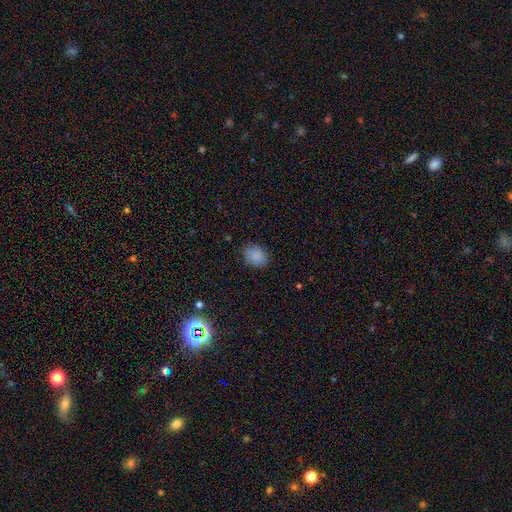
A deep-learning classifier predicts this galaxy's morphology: smooth_or_featured: smooth (p=0.86) [alt: star or artifact p=0.09]
how_rounded: in between (p=0.62) [alt: round p=0.37]
merging: none (p=0.82) [alt: minor disturbance p=0.13]